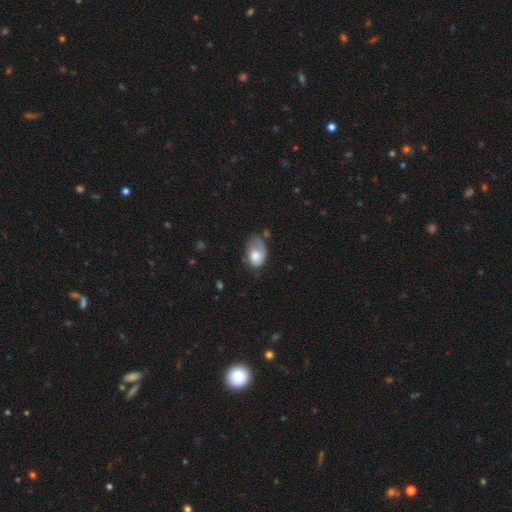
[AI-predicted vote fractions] Smooth or featured?
  - smooth: 65% *
  - featured or disk: 28%
  - star or artifact: 7%
How rounded?
  - in between: 86% *
  - round: 13%
  - cigar-shaped: 1%
Merging?
  - minor disturbance: 37% *
  - none: 32%
  - major disturbance: 26%
  - merger: 5%